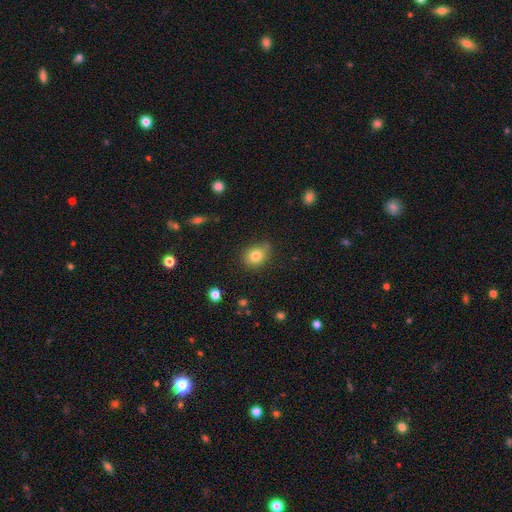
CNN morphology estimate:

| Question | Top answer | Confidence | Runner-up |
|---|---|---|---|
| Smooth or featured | smooth | 80% | star or artifact (11%) |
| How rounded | round | 50% | in between (49%) |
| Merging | none | 74% | minor disturbance (19%) |